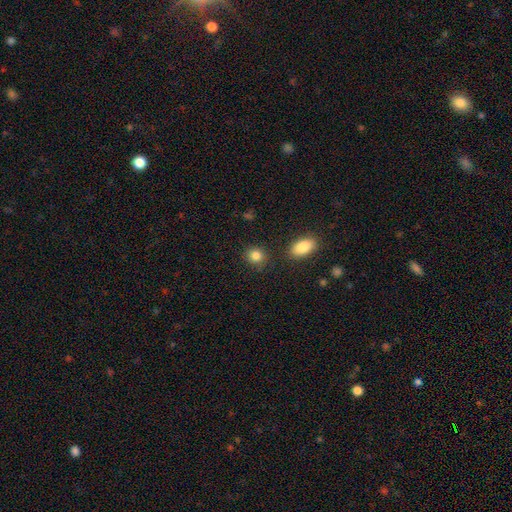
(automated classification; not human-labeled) smooth-or-featured: smooth: 85% | star or artifact: 9% | featured or disk: 5%
  how-rounded: round: 76% | in between: 23% | cigar-shaped: 1%
  merging: none: 84% | minor disturbance: 9% | merger: 4% | major disturbance: 3%